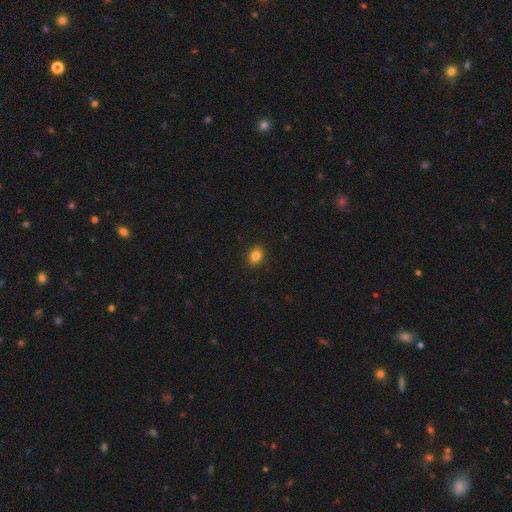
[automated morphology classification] Smooth or featured? Predicted: smooth (p=0.84). How rounded? Predicted: round (p=0.51). Merging? Predicted: none (p=0.90).